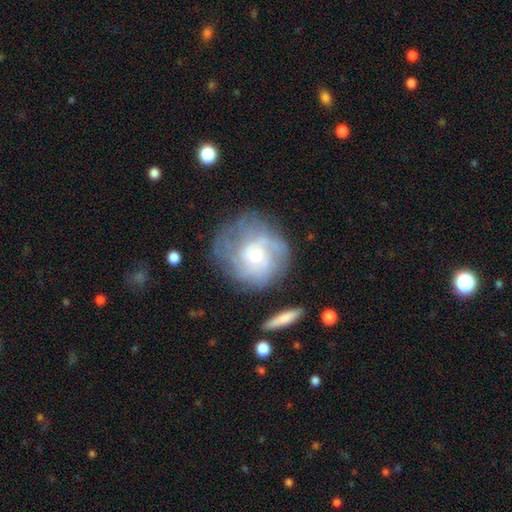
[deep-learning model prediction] featured or disk 74%, smooth 18%, star or artifact 8%. Down the decision tree: edge-on disk — no (97%); bar — no (71%); spiral arms — yes (88%); spiral arm count — can't tell (46%); spiral winding — tight (54%); bulge size — small (47%); merging — none (67%).